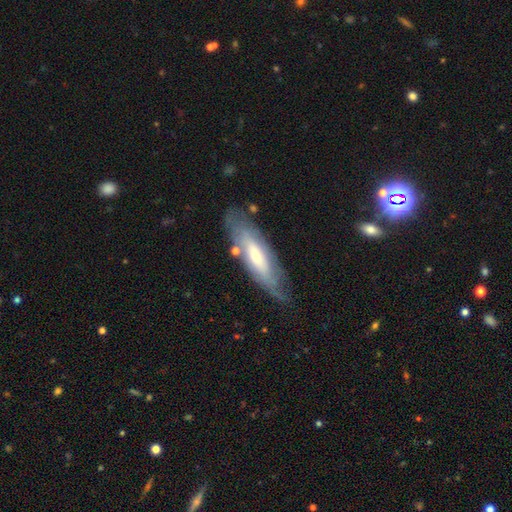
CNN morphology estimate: smooth-or-featured: featured or disk: 59% | smooth: 35% | star or artifact: 6%
  disk-edge-on: no: 62% | yes: 38%
  merging: none: 69% | minor disturbance: 20% | major disturbance: 7% | merger: 3%